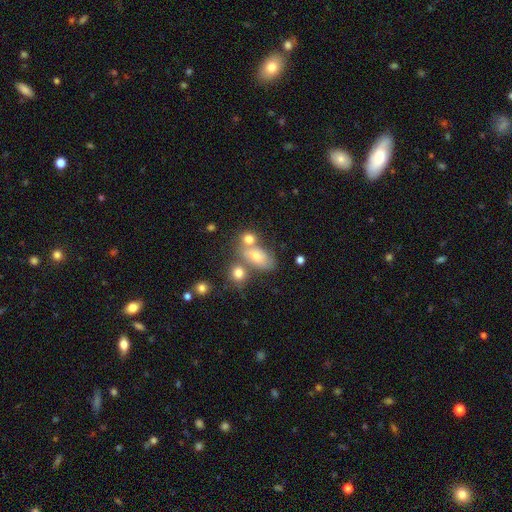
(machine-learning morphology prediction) Smooth or featured: smooth — 60% (featured or disk — 24%)
How rounded: in between — 78% (round — 18%)
Merging: none — 40% (merger — 37%)